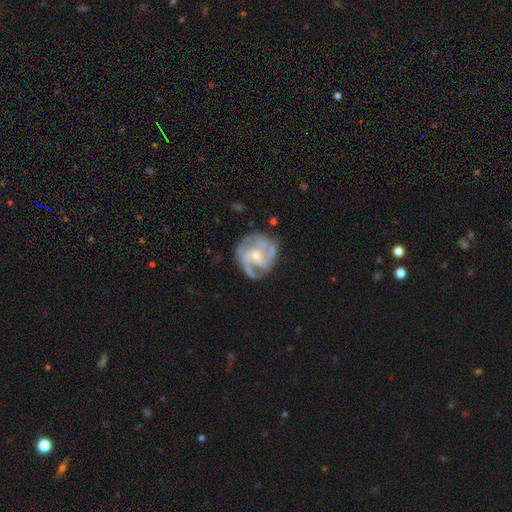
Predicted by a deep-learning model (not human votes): Smooth or featured?
  - featured or disk: 89% *
  - smooth: 6%
  - star or artifact: 5%
Edge-on disk?
  - no: 98% *
  - yes: 2%
Bar?
  - no: 56% *
  - weak: 35%
  - strong: 9%
Spiral arms?
  - yes: 97% *
  - no: 3%
Spiral winding?
  - medium: 49% *
  - tight: 40%
  - loose: 11%
Spiral arm count?
  - 3: 49% *
  - 2: 19%
  - 4: 12%
  - can't tell: 11%
  - 1: 5%
  - more than 4: 5%
Bulge size?
  - small: 64% *
  - moderate: 31%
  - none: 2%
  - large: 1%
  - dominant: 1%
Merging?
  - none: 72% *
  - minor disturbance: 18%
  - major disturbance: 8%
  - merger: 2%